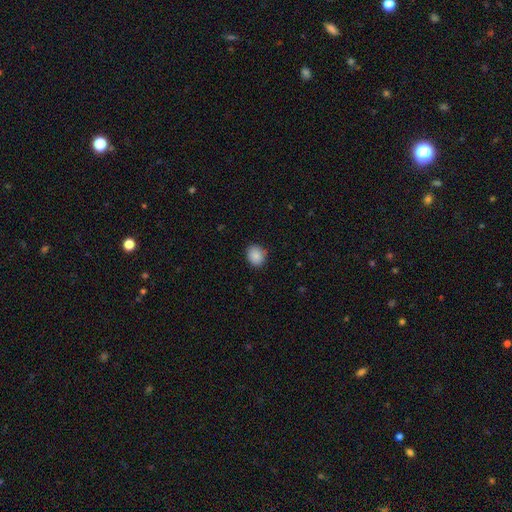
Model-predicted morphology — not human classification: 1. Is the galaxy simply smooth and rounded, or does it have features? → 87% smooth, 8% star or artifact, 4% featured or disk.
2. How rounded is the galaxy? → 73% round, 26% in between, 1% cigar-shaped.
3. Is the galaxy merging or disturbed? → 85% none, 11% minor disturbance, 2% major disturbance, 1% merger.